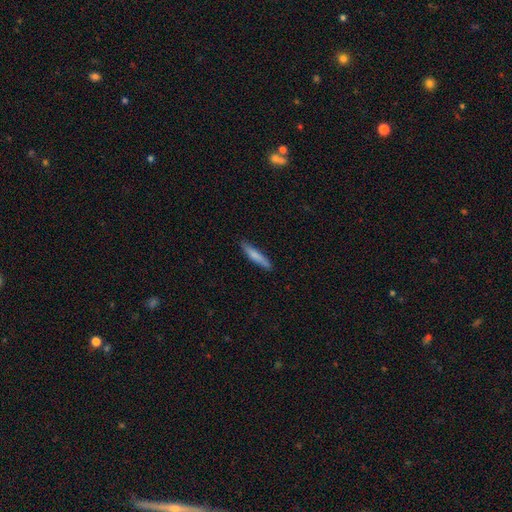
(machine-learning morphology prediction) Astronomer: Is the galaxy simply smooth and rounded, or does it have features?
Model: smooth — 75%.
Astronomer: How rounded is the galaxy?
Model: cigar-shaped — 90%.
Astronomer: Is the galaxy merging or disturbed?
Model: none — 86%.